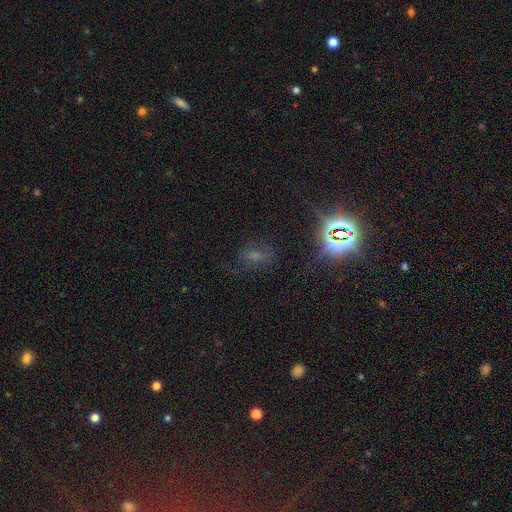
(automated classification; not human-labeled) A star or artifact, not a galaxy (45%).